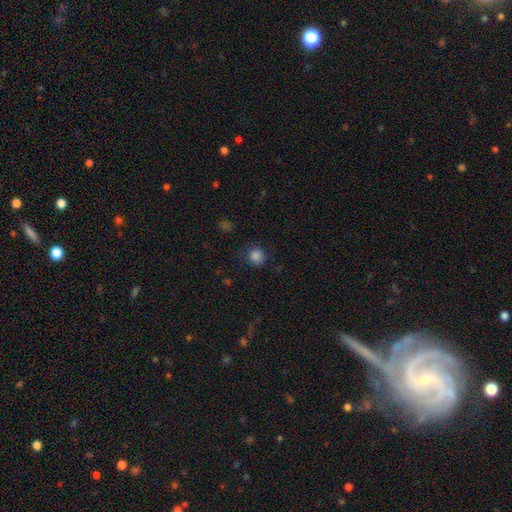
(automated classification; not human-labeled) Morphology: type=smooth (85%); roundness=round (91%); merging=none (80%).